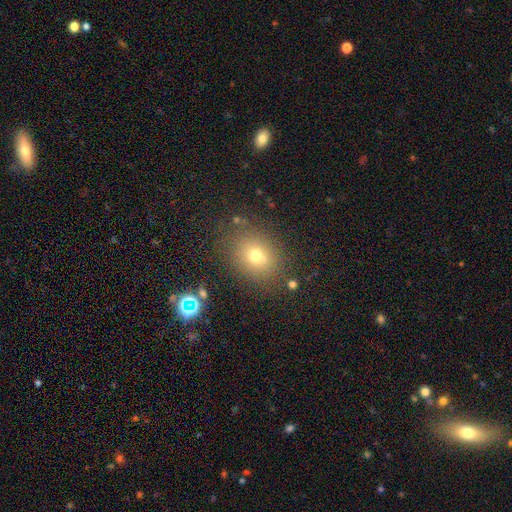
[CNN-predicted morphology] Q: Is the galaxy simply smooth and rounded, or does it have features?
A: smooth — 69%.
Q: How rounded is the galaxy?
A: round — 51%.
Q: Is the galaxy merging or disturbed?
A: none — 78%.